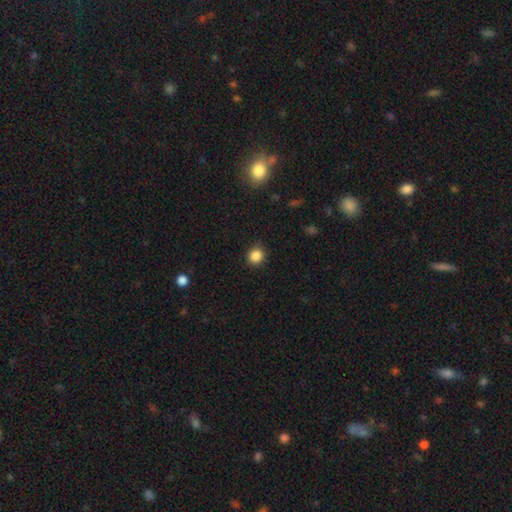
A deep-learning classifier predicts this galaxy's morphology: A smooth galaxy with no disk features (86%) that is round (86%).

Vote fractions:
- Smooth or featured? smooth: 86% / star or artifact: 11% / featured or disk: 3%
- How rounded? round: 86% / in between: 14% / cigar-shaped: 1%
- Merging? none: 87% / minor disturbance: 9% / major disturbance: 2% / merger: 1%